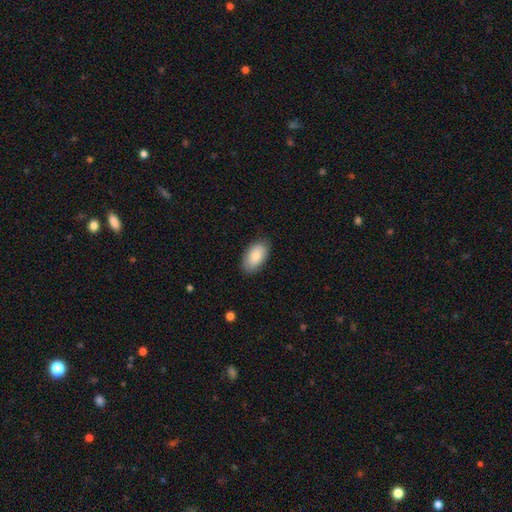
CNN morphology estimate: Smooth or featured? smooth (83%)
How rounded? in between (94%)
Merging? none (84%)